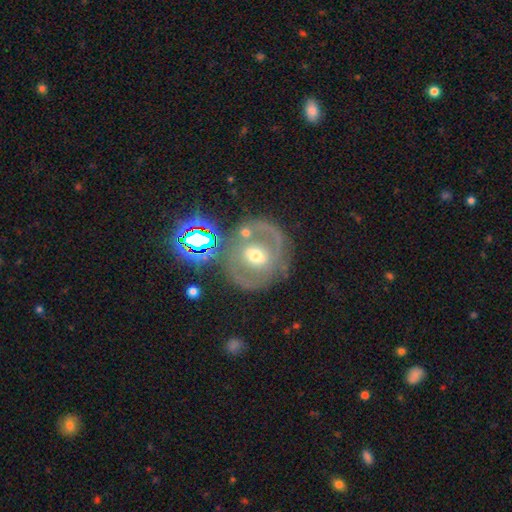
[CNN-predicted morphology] smooth_or_featured: featured or disk (p=0.66) [alt: smooth p=0.23]
disk_edge_on: no (p=0.96) [alt: yes p=0.04]
bar: weak (p=0.40) [alt: no p=0.39]
has_spiral_arms: yes (p=0.63) [alt: no p=0.37]
bulge_size: moderate (p=0.68) [alt: small p=0.20]
merging: none (p=0.62) [alt: minor disturbance p=0.15]